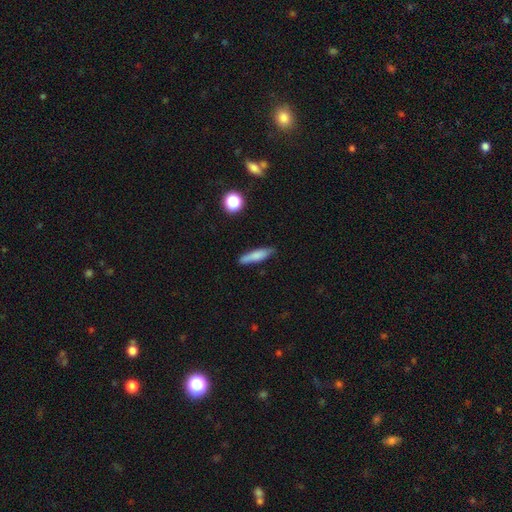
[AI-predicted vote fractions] A smooth galaxy with no disk features (76%) that is cigar-shaped (78%). Merging: none (80%).